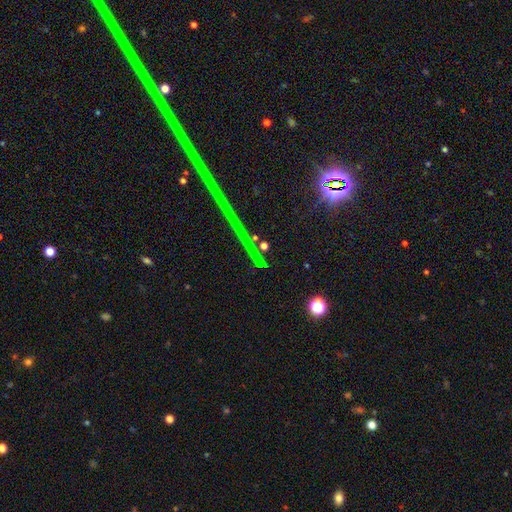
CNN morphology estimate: A star or artifact, not a galaxy (77%).